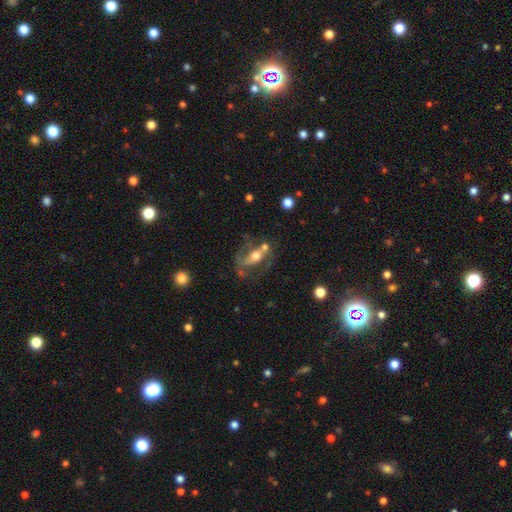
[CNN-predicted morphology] type=featured or disk (61%); edge-on=no (87%); bar=no (46%); spiral arms=yes (54%); bulge=moderate (63%); merging=none (44%).